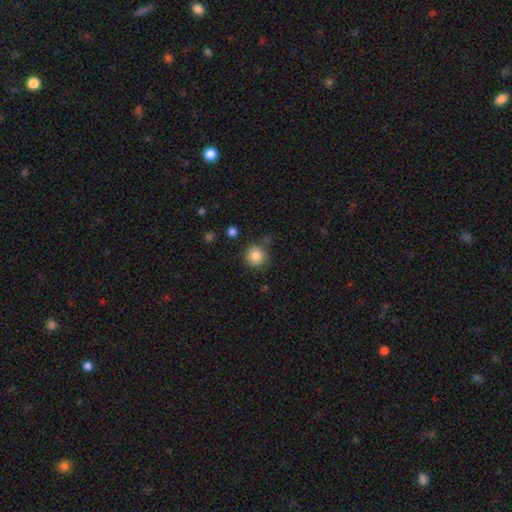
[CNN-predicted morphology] type=smooth (85%); roundness=round (94%); merging=none (82%).